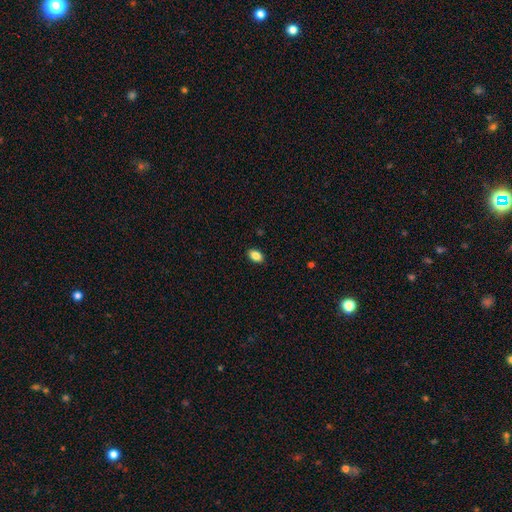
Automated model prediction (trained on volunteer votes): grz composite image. It shows a smooth galaxy with no disk features (86%) that is in between round and cigar-shaped (87%). Merging: none (89%).